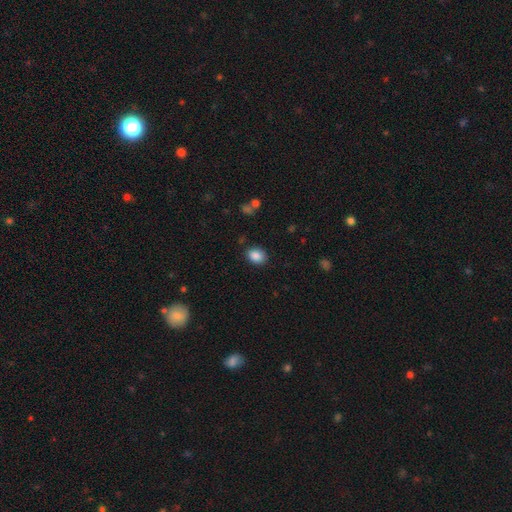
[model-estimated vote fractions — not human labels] A smooth galaxy with no disk features (88%) that is in between round and cigar-shaped (67%).

Vote fractions:
- Smooth or featured? smooth: 88% / star or artifact: 9% / featured or disk: 4%
- How rounded? in between: 67% / round: 32% / cigar-shaped: 1%
- Merging? none: 86% / minor disturbance: 10% / major disturbance: 3% / merger: 2%